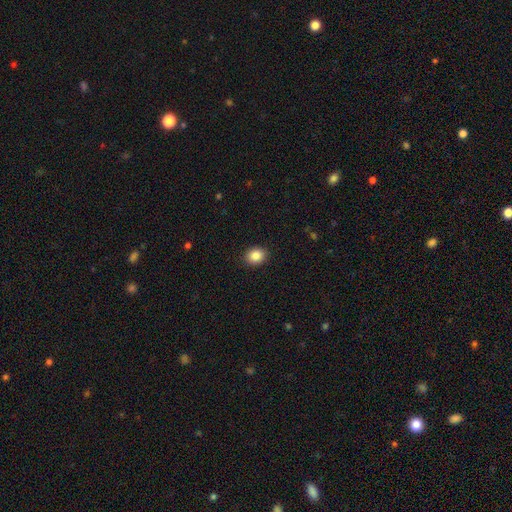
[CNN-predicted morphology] Smooth or featured? Predicted: smooth (p=0.86). How rounded? Predicted: round (p=0.52). Merging? Predicted: none (p=0.91).